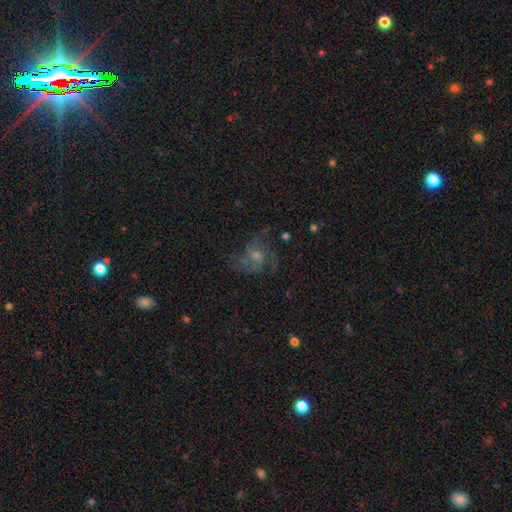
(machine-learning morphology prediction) The model was most divided on "bulge size": small: 46%, moderate: 44%, none: 5%, large: 4%, dominant: 1%. Remaining: edge-on disk — no (98%); spiral arms — yes (91%); bar — no (71%); smooth or featured — featured or disk (69%); merging — none (64%); spiral winding — medium (52%); spiral arm count — 3 (39%).